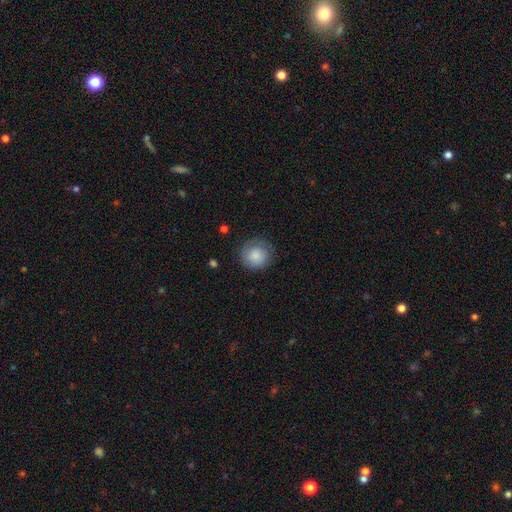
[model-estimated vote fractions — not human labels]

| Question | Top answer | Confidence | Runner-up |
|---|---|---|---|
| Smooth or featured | smooth | 84% | featured or disk (9%) |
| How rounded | round | 90% | in between (9%) |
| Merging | none | 79% | minor disturbance (15%) |